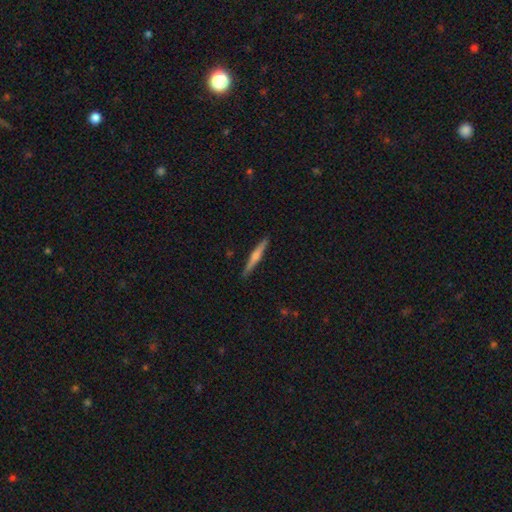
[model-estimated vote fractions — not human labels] The model was most divided on "smooth or featured": featured or disk: 65%, smooth: 29%, star or artifact: 6%. More confident: edge-on disk — yes (98%); merging — none (91%); edge-on bulge — rounded (81%).